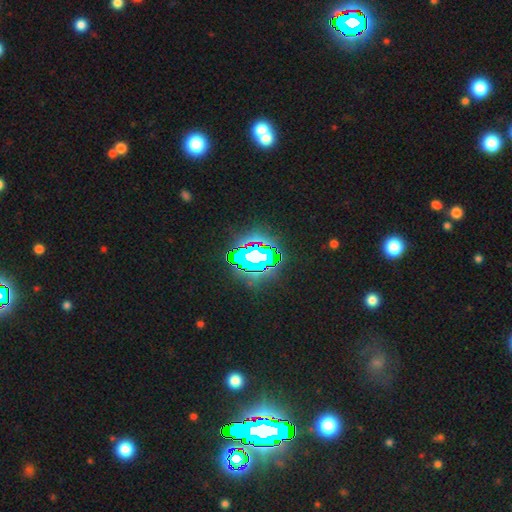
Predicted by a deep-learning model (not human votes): This is likely a star or artifact rather than a galaxy (68%).